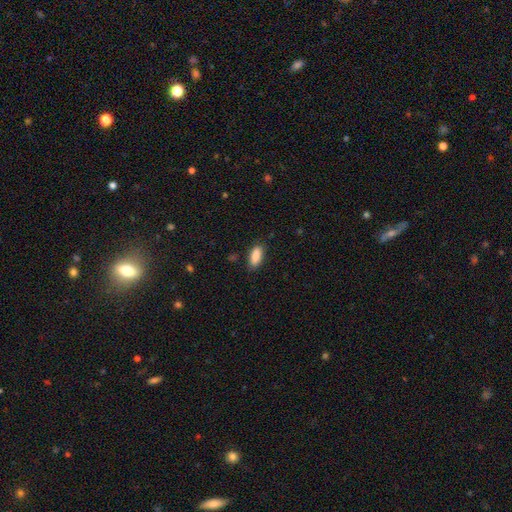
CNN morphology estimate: smooth-or-featured: smooth: 89% | star or artifact: 7% | featured or disk: 4%
  how-rounded: in between: 83% | cigar-shaped: 15% | round: 2%
  merging: none: 81% | minor disturbance: 14% | major disturbance: 3% | merger: 1%